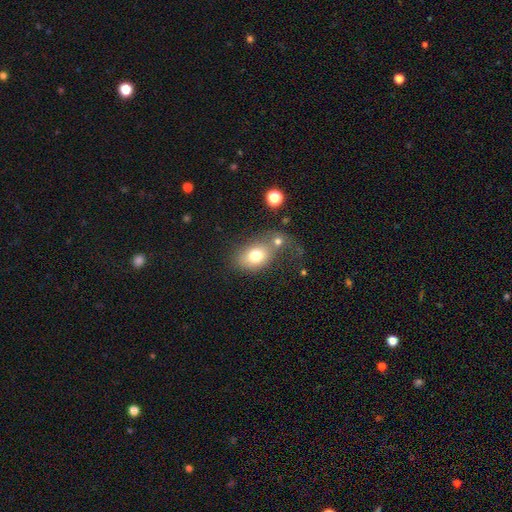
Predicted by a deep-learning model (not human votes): The model was most divided on "merging": none: 36%, merger: 35%, minor disturbance: 15%, major disturbance: 14%. More confident: smooth or featured — smooth (75%); how rounded — in between (70%).